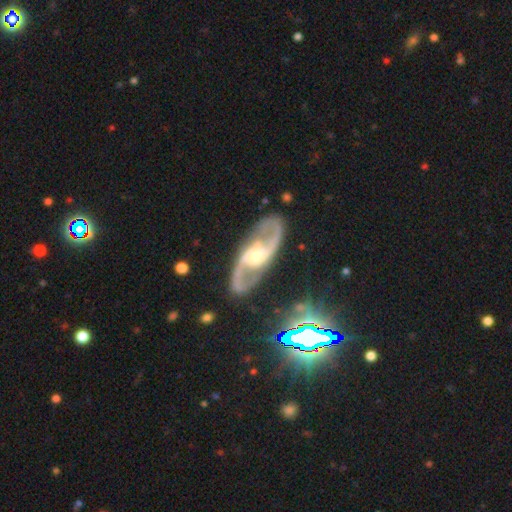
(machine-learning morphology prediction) The model was most divided on "bar": no: 42%, weak: 39%, strong: 20%. More confident: spiral arms — yes (98%); edge-on disk — no (96%); spiral arm count — 2 (94%); smooth or featured — featured or disk (91%); merging — none (83%); bulge size — moderate (59%); spiral winding — medium (55%).